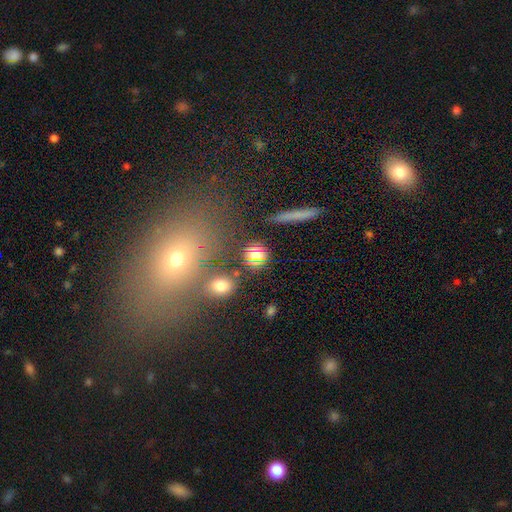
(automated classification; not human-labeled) smooth 61%, star or artifact 23%, featured or disk 16%. Down the decision tree: how rounded — round (74%); merging — none (79%).